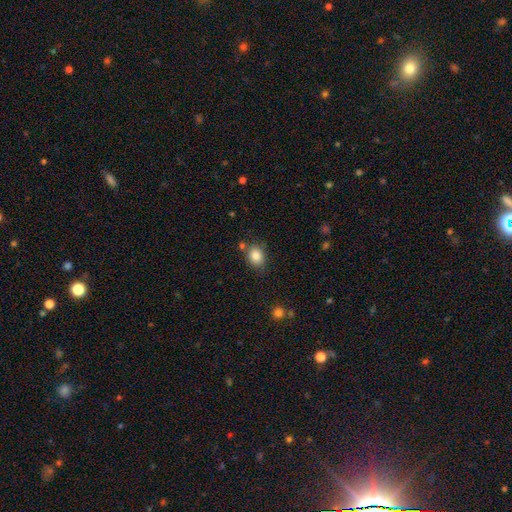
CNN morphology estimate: Smooth or featured?
  - smooth: 84% *
  - star or artifact: 9%
  - featured or disk: 7%
How rounded?
  - in between: 60% *
  - round: 39%
  - cigar-shaped: 1%
Merging?
  - none: 74% *
  - minor disturbance: 14%
  - merger: 8%
  - major disturbance: 4%